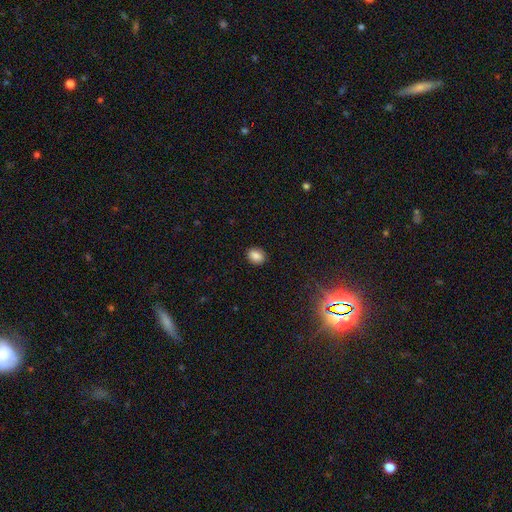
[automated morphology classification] smooth_or_featured: smooth (p=0.85) [alt: star or artifact p=0.10]
how_rounded: in between (p=0.51) [alt: round p=0.48]
merging: none (p=0.89) [alt: minor disturbance p=0.07]